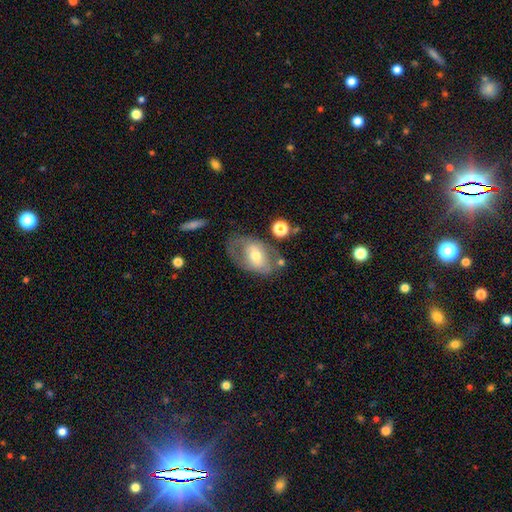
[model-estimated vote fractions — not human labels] featured or disk 54%, smooth 39%, star or artifact 7%. Down the decision tree: edge-on disk — no (91%); merging — none (57%).